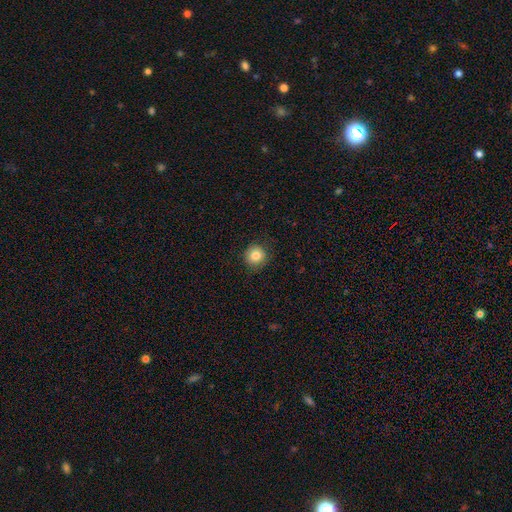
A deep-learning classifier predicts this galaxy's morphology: smooth 83%, star or artifact 11%, featured or disk 6%. Down the decision tree: how rounded — round (94%); merging — none (90%).